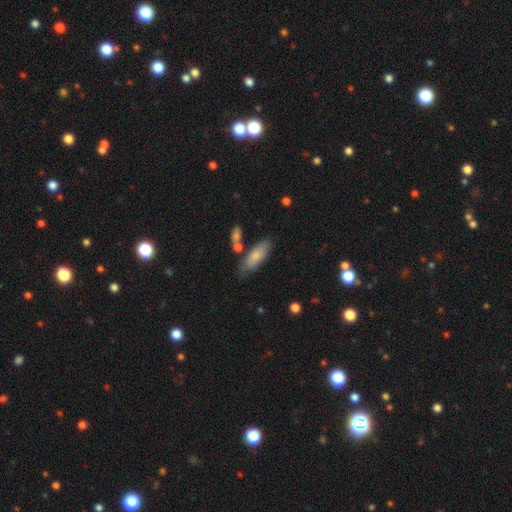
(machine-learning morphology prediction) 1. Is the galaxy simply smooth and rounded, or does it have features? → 77% smooth, 18% featured or disk, 6% star or artifact.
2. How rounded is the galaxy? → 68% in between, 30% cigar-shaped, 2% round.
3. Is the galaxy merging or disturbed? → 69% none, 18% minor disturbance, 9% merger, 4% major disturbance.